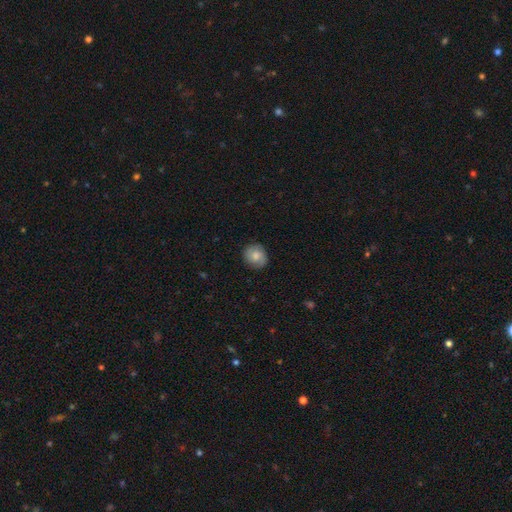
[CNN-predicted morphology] smooth_or_featured: smooth (p=0.75) [alt: featured or disk p=0.18]
how_rounded: round (p=0.79) [alt: in between p=0.20]
merging: none (p=0.85) [alt: minor disturbance p=0.12]